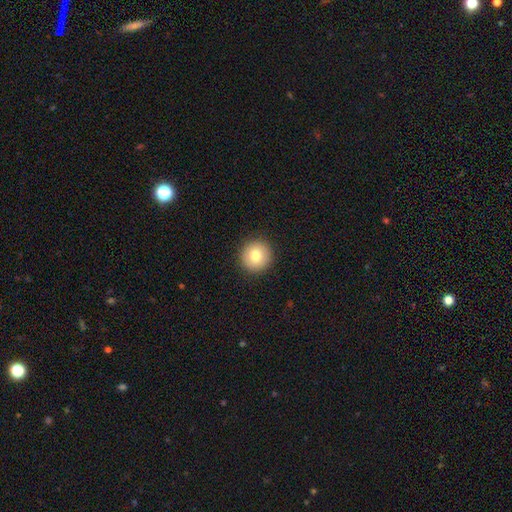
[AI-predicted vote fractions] Q: Smooth or featured?
A: smooth (78%); runner-up: featured or disk (13%)
Q: How rounded?
A: round (95%); runner-up: in between (4%)
Q: Merging?
A: none (92%); runner-up: minor disturbance (5%)